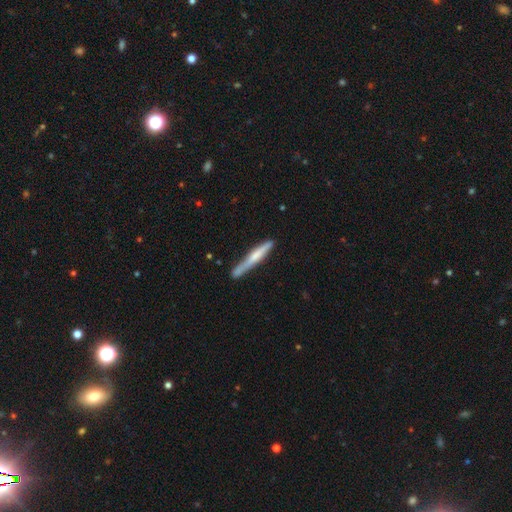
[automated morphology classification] Q: Smooth or featured?
A: featured or disk (48%); runner-up: smooth (47%)
Q: Merging?
A: none (75%); runner-up: minor disturbance (17%)